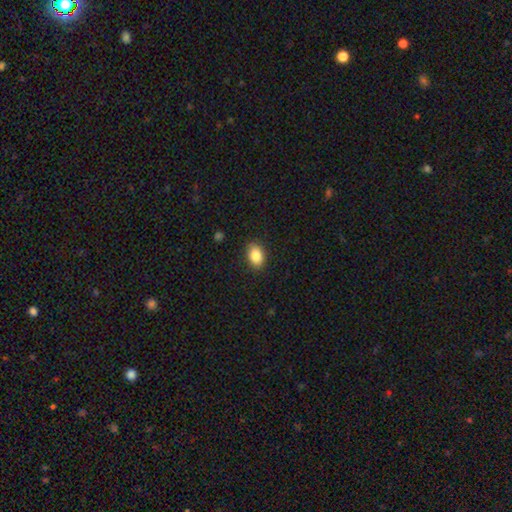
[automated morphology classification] Overall: smooth (86%). How rounded: in between (85%). Merging: none (88%).